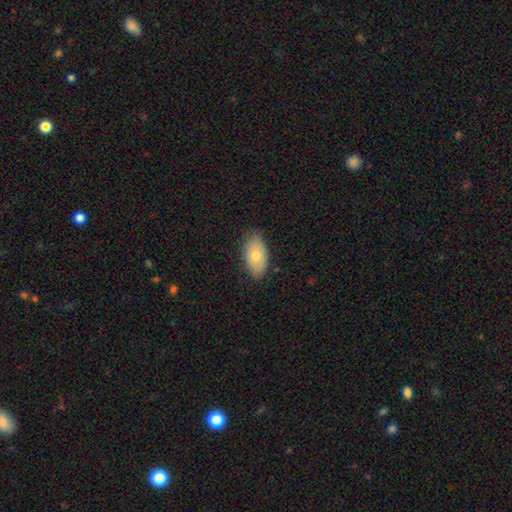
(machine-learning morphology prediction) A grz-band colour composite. It shows a smooth galaxy with no disk features (72%) that is in between round and cigar-shaped (92%). Merging: none (84%).